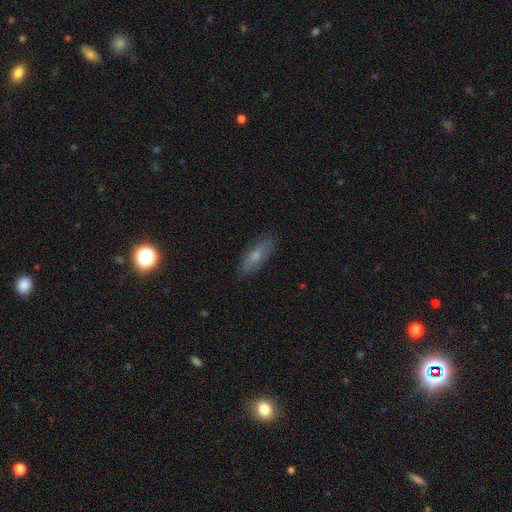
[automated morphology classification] Smooth or featured? Predicted: smooth (p=0.63). How rounded? Predicted: in between (p=0.57). Merging? Predicted: none (p=0.84).